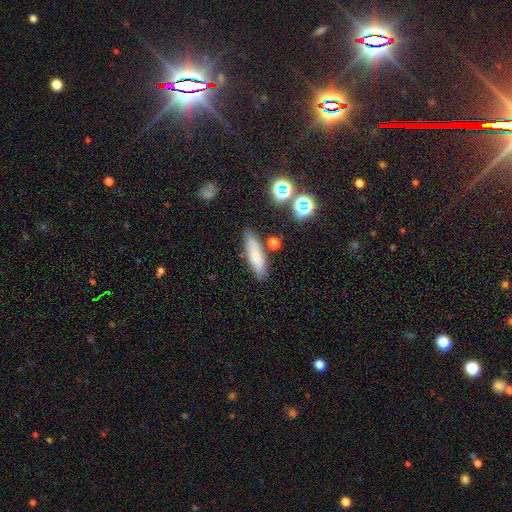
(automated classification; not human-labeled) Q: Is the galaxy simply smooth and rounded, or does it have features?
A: smooth — 77%.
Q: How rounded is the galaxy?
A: cigar-shaped — 60%.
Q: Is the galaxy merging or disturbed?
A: none — 83%.